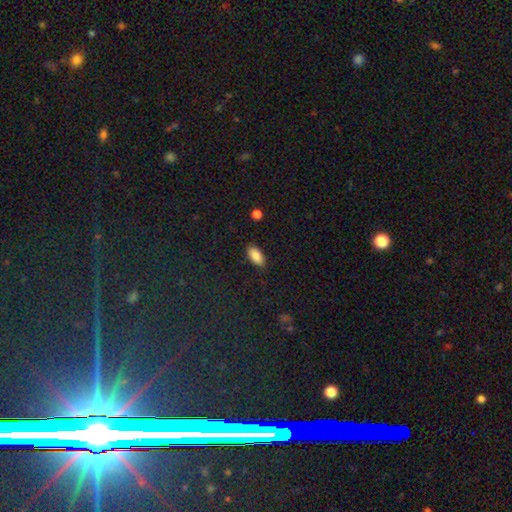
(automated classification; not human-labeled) smooth 88%, star or artifact 7%, featured or disk 5%. Down the decision tree: how rounded — in between (92%); merging — none (86%).